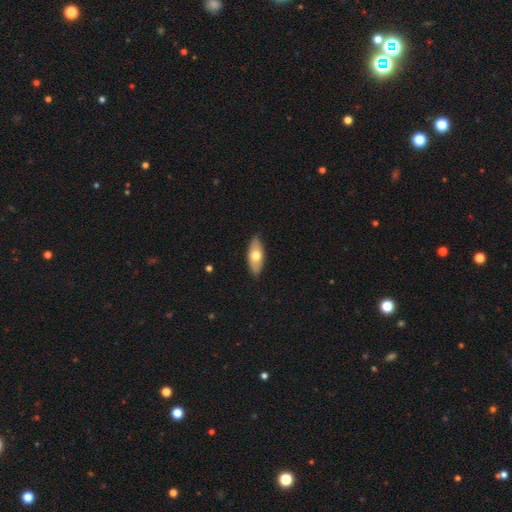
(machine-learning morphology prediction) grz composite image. It shows a smooth galaxy with no disk features (65%) that is in between round and cigar-shaped (82%). Merging: none (88%).